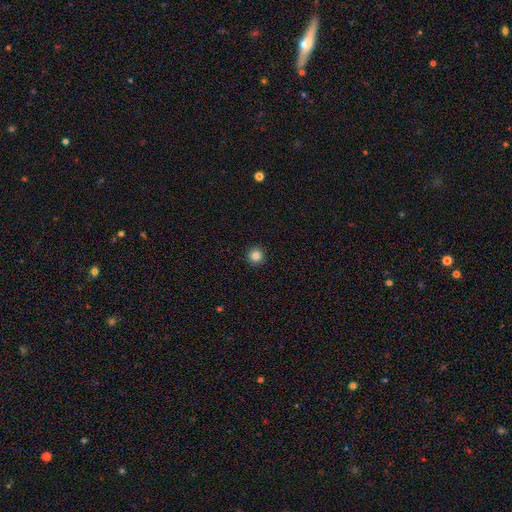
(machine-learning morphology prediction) Smooth or featured? smooth (85%)
How rounded? round (96%)
Merging? none (93%)